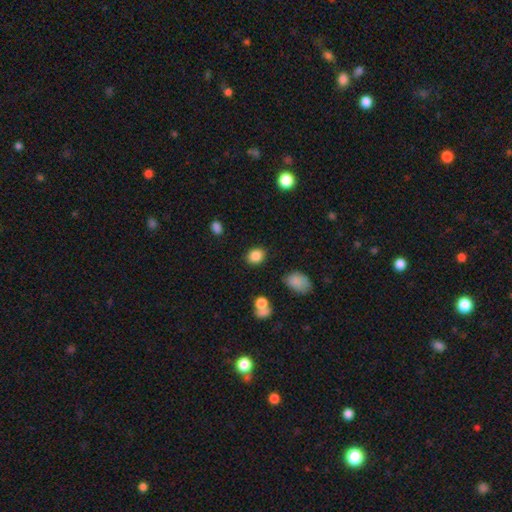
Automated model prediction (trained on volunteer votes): Smooth or featured? smooth (86%)
How rounded? round (55%)
Merging? none (85%)